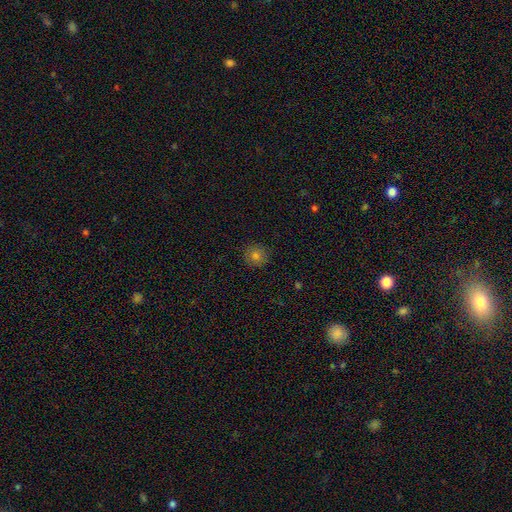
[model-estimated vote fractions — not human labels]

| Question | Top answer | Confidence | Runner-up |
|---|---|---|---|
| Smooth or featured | smooth | 79% | star or artifact (13%) |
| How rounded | round | 91% | in between (8%) |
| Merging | none | 90% | minor disturbance (7%) |